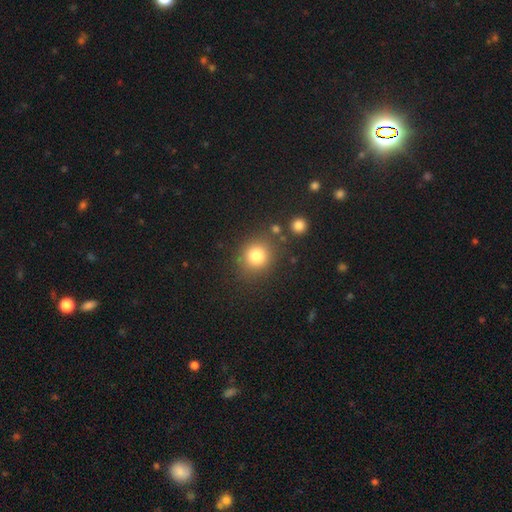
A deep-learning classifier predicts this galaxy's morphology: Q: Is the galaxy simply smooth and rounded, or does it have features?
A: smooth — 81%.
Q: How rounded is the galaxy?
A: round — 83%.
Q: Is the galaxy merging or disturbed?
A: none — 81%.